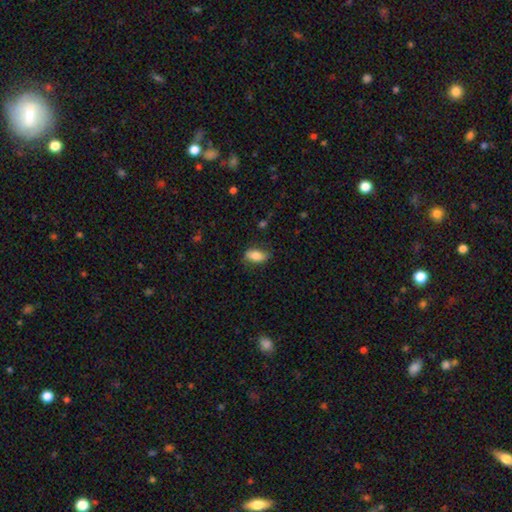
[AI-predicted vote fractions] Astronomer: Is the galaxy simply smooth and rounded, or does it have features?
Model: smooth — 76%.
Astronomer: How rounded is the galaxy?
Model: in between — 86%.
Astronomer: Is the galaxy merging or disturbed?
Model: none — 74%.